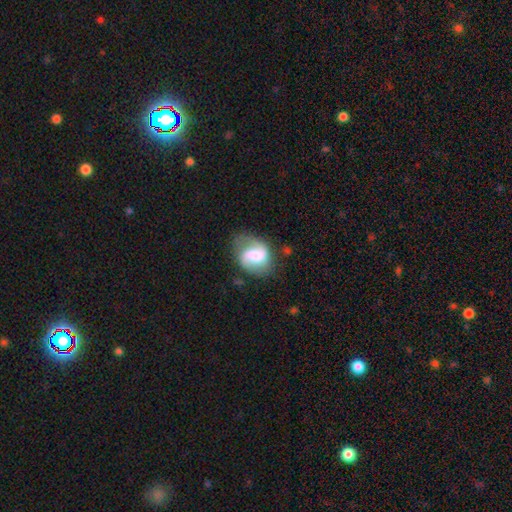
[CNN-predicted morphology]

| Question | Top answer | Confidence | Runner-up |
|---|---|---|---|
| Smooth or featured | featured or disk | 64% | smooth (29%) |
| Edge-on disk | no | 97% | yes (3%) |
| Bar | weak | 46% | strong (29%) |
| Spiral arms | yes | 88% | no (12%) |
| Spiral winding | loose | 47% | medium (39%) |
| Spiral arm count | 2 | 84% | 1 (6%) |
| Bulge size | moderate | 41% | small (28%) |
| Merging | none | 63% | minor disturbance (23%) |